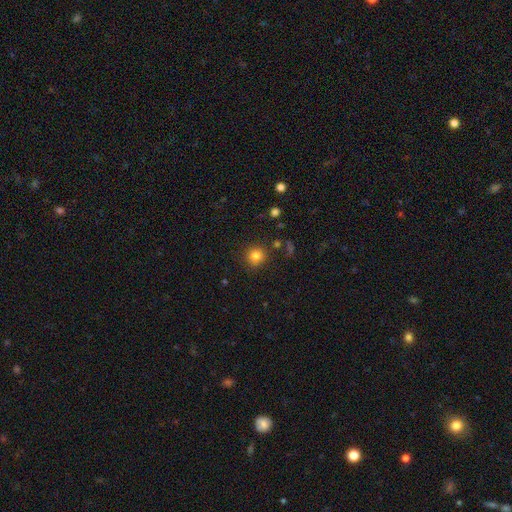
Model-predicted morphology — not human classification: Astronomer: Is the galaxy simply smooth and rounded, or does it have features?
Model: smooth — 82%.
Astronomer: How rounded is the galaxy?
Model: round — 91%.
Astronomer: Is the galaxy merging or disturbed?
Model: none — 85%.